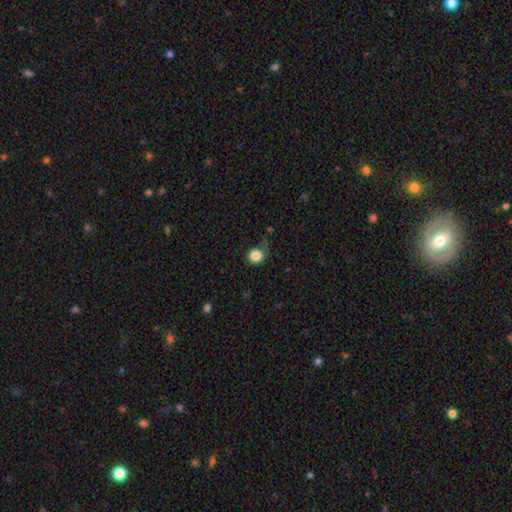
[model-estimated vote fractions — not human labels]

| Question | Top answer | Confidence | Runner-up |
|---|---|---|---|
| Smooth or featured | smooth | 86% | star or artifact (10%) |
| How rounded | round | 86% | in between (13%) |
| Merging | none | 65% | minor disturbance (23%) |